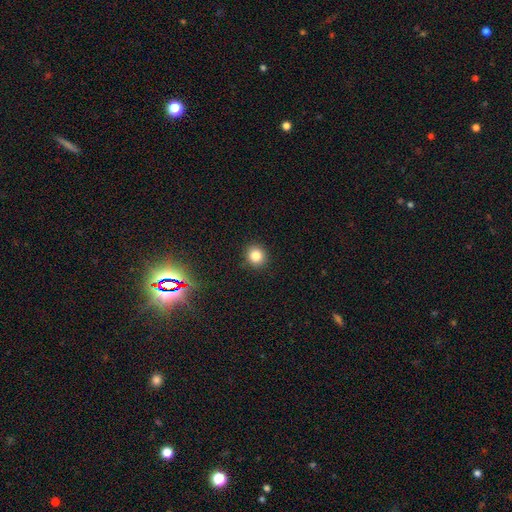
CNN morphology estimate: Smooth or featured?
  - smooth: 82% *
  - star or artifact: 13%
  - featured or disk: 6%
How rounded?
  - round: 87% *
  - in between: 12%
  - cigar-shaped: 1%
Merging?
  - none: 91% *
  - minor disturbance: 6%
  - major disturbance: 2%
  - merger: 1%